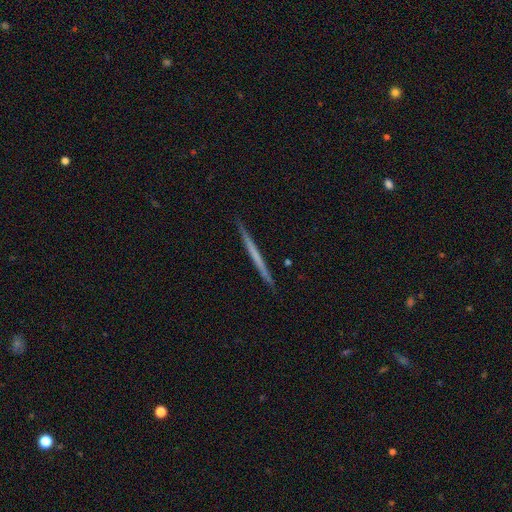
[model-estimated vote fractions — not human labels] Smooth or featured: featured or disk — 49% (smooth — 45%)
Merging: none — 92% (minor disturbance — 6%)